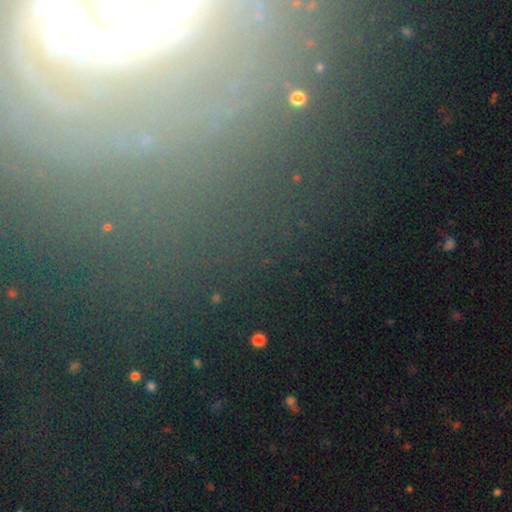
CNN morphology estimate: smooth_or_featured: star or artifact (p=0.49) [alt: featured or disk p=0.31]